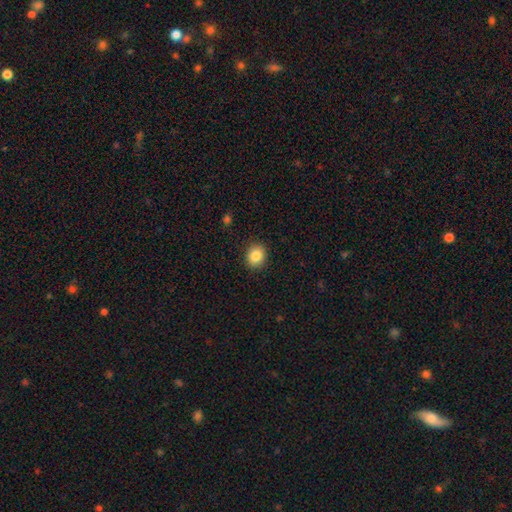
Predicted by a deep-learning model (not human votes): Smooth or featured? smooth (85%)
How rounded? round (72%)
Merging? none (90%)